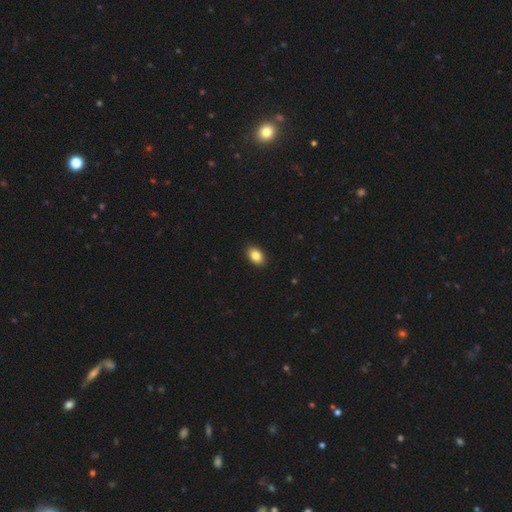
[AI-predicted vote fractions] The model was most divided on "how rounded": in between: 86%, round: 13%, cigar-shaped: 1%. More confident: merging — none (91%); smooth or featured — smooth (86%).